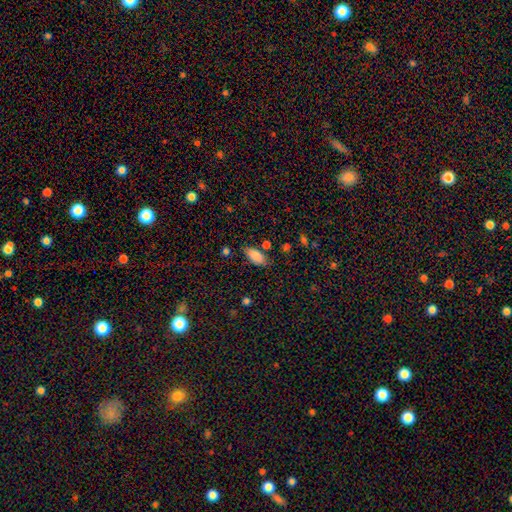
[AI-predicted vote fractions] A smooth galaxy with no disk features (85%) that is in between round and cigar-shaped (89%).

Vote fractions:
- Smooth or featured? smooth: 85% / star or artifact: 8% / featured or disk: 7%
- How rounded? in between: 89% / cigar-shaped: 8% / round: 3%
- Merging? none: 76% / minor disturbance: 16% / merger: 4% / major disturbance: 4%